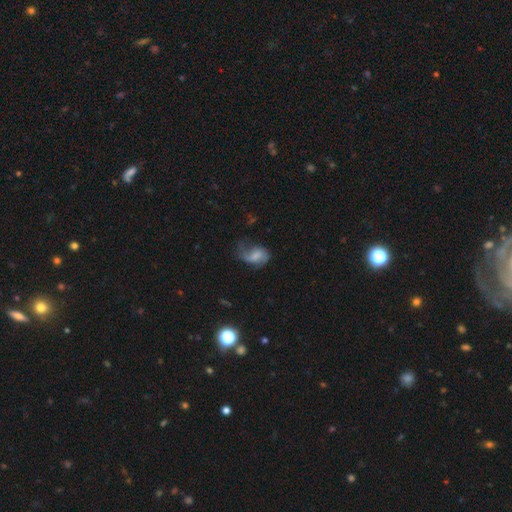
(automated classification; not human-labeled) smooth-or-featured: smooth: 47% | featured or disk: 44% | star or artifact: 9%
  merging: major disturbance: 37% | none: 32% | minor disturbance: 29% | merger: 3%